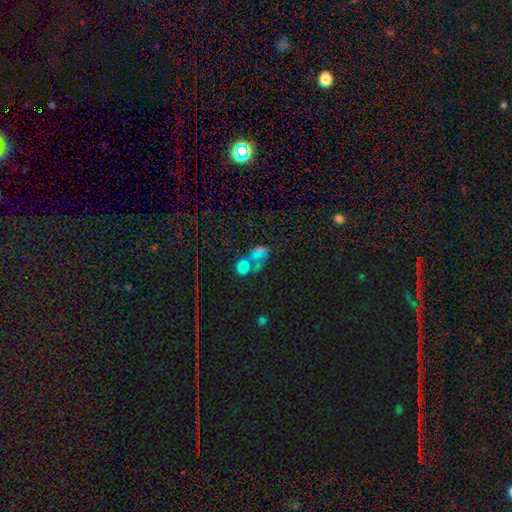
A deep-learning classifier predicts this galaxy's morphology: Smooth or featured? smooth (49%)
Merging? merger (43%)